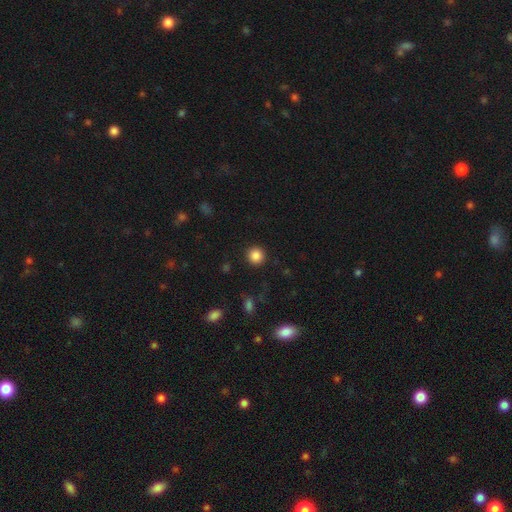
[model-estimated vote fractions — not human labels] Q: Smooth or featured?
A: smooth (86%); runner-up: star or artifact (11%)
Q: How rounded?
A: round (94%); runner-up: in between (5%)
Q: Merging?
A: none (92%); runner-up: minor disturbance (5%)